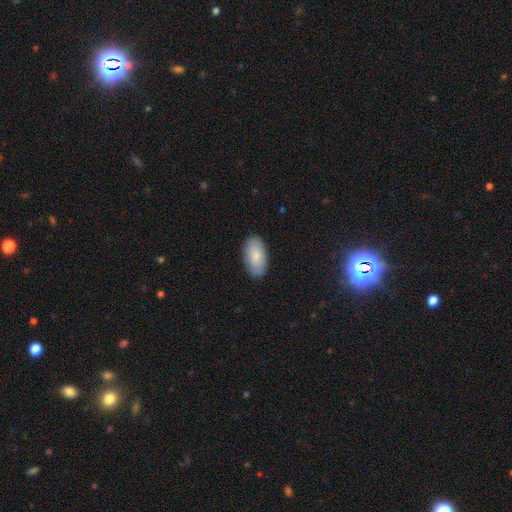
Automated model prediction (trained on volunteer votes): smooth_or_featured: smooth (p=0.84) [alt: featured or disk p=0.11]
how_rounded: in between (p=0.95) [alt: round p=0.03]
merging: none (p=0.87) [alt: minor disturbance p=0.10]